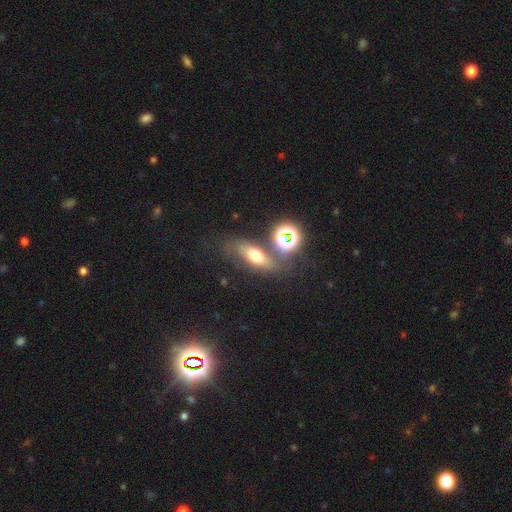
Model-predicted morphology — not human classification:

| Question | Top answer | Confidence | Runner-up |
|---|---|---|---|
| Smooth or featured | smooth | 55% | featured or disk (27%) |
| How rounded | in between | 58% | cigar-shaped (26%) |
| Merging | none | 64% | minor disturbance (16%) |